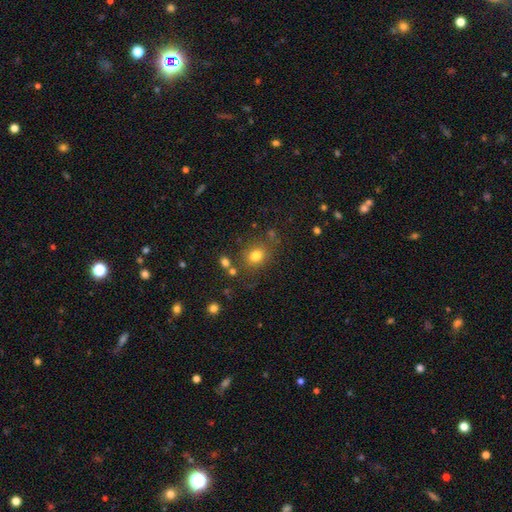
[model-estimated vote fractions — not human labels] smooth 77%, star or artifact 14%, featured or disk 8%. Down the decision tree: how rounded — round (63%); merging — none (75%).